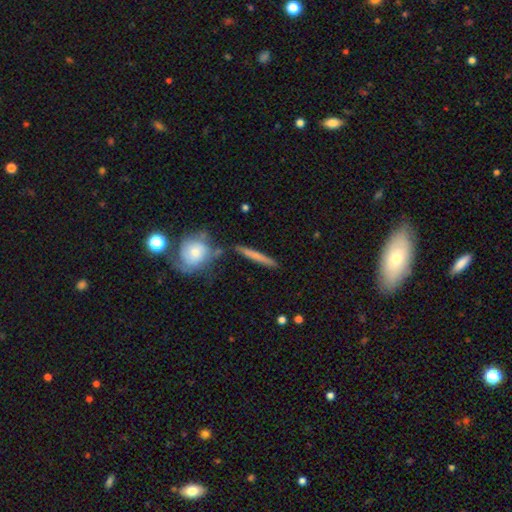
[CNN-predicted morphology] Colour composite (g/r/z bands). It shows a smooth galaxy with no disk features (58%) that is cigar-shaped (91%). Merging: none (78%).